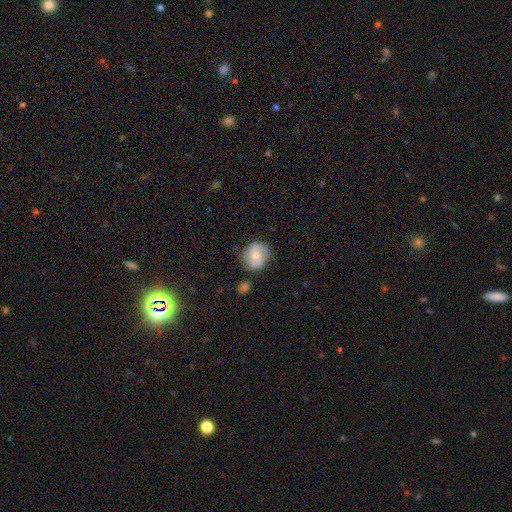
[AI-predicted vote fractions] smooth_or_featured: smooth (p=0.57) [alt: featured or disk p=0.36]
how_rounded: round (p=0.77) [alt: in between p=0.22]
merging: none (p=0.71) [alt: minor disturbance p=0.19]